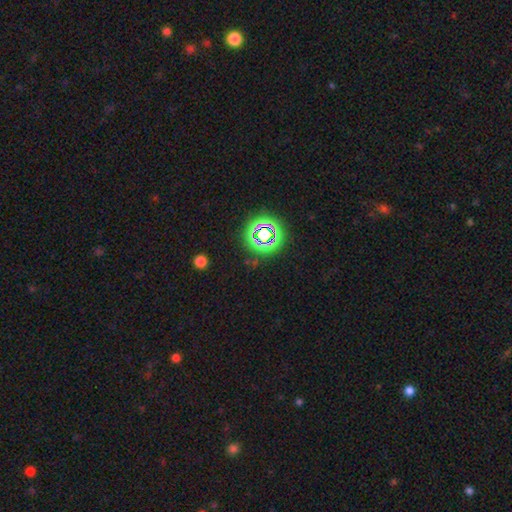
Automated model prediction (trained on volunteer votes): Q: Smooth or featured?
A: star or artifact (74%); runner-up: smooth (18%)